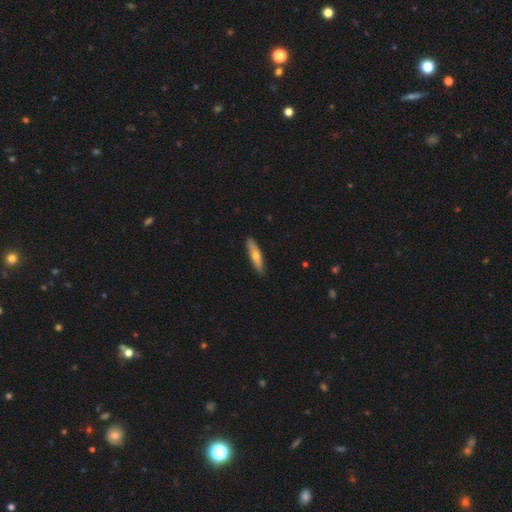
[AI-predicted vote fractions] The model was most divided on "smooth or featured": smooth: 59%, featured or disk: 35%, star or artifact: 6%. More confident: merging — none (90%); how rounded — cigar-shaped (78%).